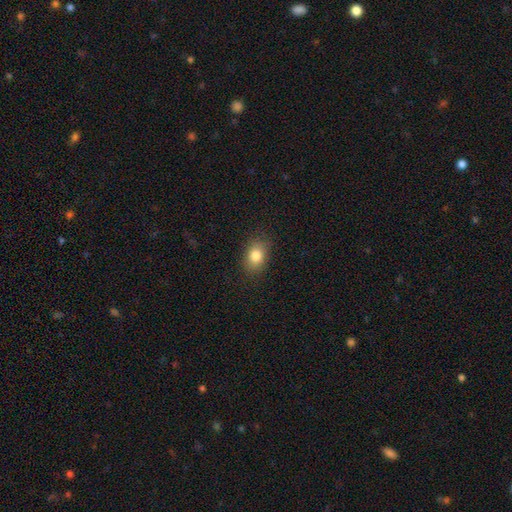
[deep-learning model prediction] Smooth or featured: smooth — 82% (star or artifact — 10%)
How rounded: in between — 73% (round — 25%)
Merging: none — 85% (minor disturbance — 11%)